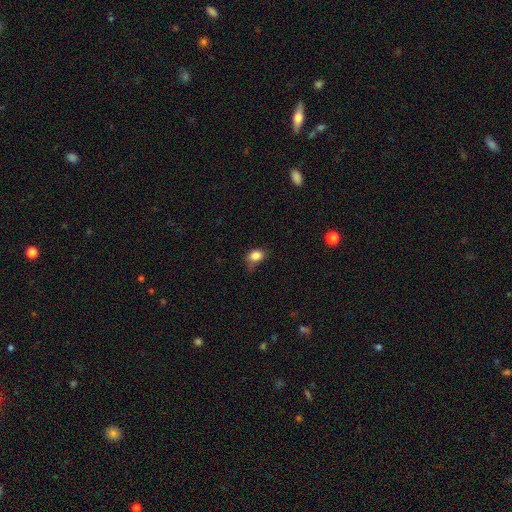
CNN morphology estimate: Q: Smooth or featured?
A: smooth (84%); runner-up: star or artifact (10%)
Q: How rounded?
A: in between (59%); runner-up: round (40%)
Q: Merging?
A: none (51%); runner-up: minor disturbance (35%)